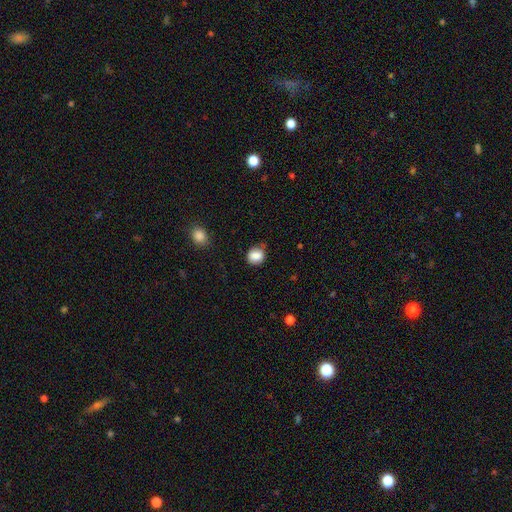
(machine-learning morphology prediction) Smooth or featured? Predicted: smooth (p=0.86). How rounded? Predicted: round (p=0.66). Merging? Predicted: none (p=0.66).